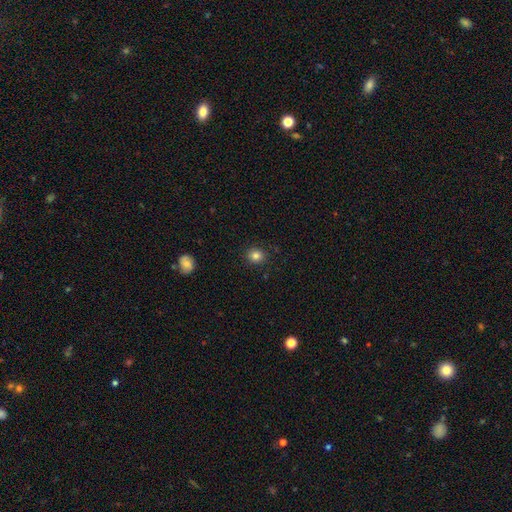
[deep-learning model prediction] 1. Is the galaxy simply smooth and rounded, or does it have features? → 82% smooth, 12% star or artifact, 6% featured or disk.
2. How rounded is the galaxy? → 85% round, 14% in between, 1% cigar-shaped.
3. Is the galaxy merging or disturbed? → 90% none, 7% minor disturbance, 2% major disturbance, 1% merger.